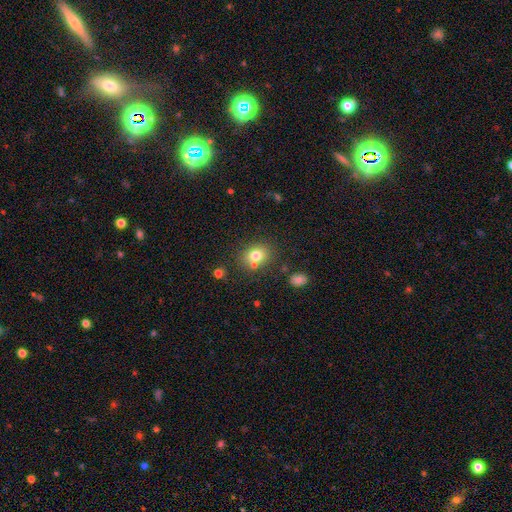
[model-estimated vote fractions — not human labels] A smooth galaxy with no disk features (76%) that is round (57%).

Vote fractions:
- Smooth or featured? smooth: 76% / star or artifact: 13% / featured or disk: 11%
- How rounded? round: 57% / in between: 42% / cigar-shaped: 1%
- Merging? none: 69% / merger: 15% / minor disturbance: 12% / major disturbance: 4%